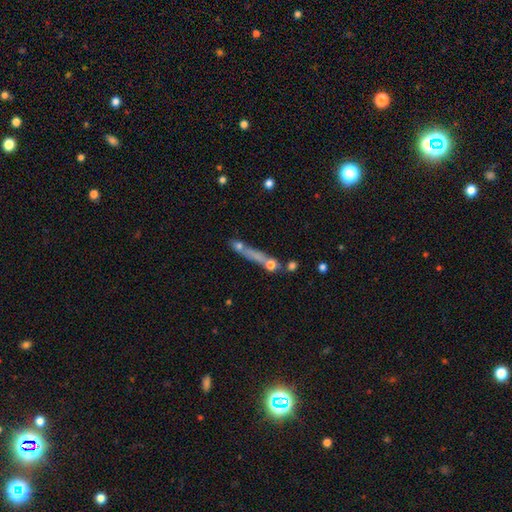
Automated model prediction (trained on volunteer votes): This appears to be a smooth galaxy with no disk features (47%). Merging: none (55%).